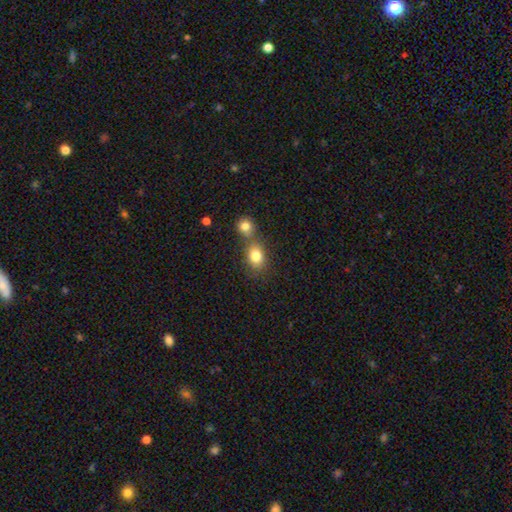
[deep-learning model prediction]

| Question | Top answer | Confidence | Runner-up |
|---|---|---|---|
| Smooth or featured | smooth | 81% | star or artifact (10%) |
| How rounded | in between | 55% | round (44%) |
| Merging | none | 46% | merger (40%) |